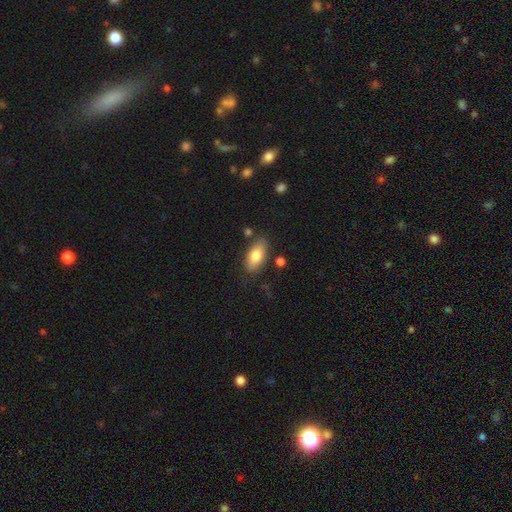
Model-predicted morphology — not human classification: smooth 79%, featured or disk 15%, star or artifact 6%. Down the decision tree: how rounded — in between (88%); merging — none (79%).